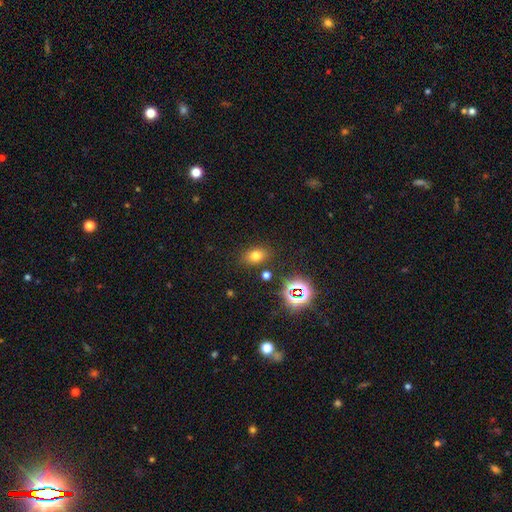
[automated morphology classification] smooth 69%, star or artifact 22%, featured or disk 10%. Down the decision tree: how rounded — in between (72%); merging — none (82%).